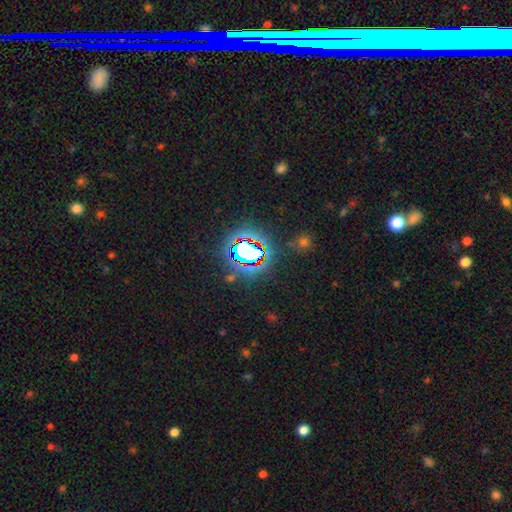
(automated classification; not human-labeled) Q: Smooth or featured?
A: star or artifact (78%); runner-up: smooth (14%)